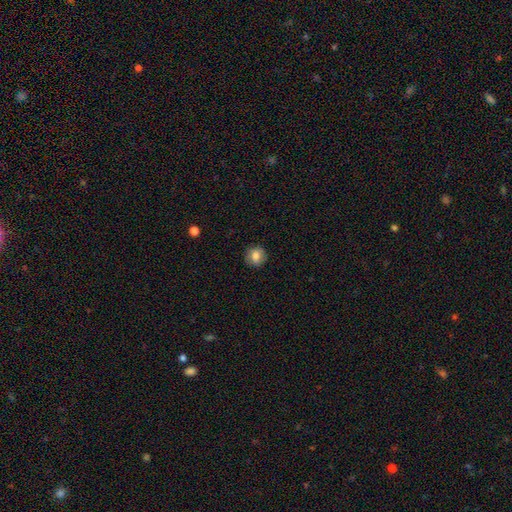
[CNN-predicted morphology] A smooth galaxy with no disk features (81%) that is round (87%). Merging: none (89%).